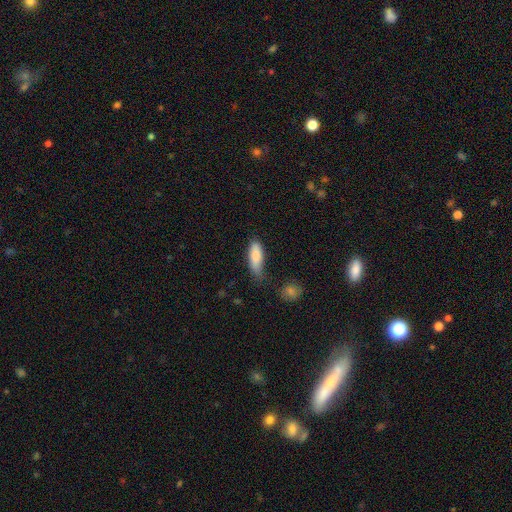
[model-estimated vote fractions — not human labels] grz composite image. It shows a smooth galaxy with no disk features (84%) that is in between round and cigar-shaped (65%). Merging: none (58%).